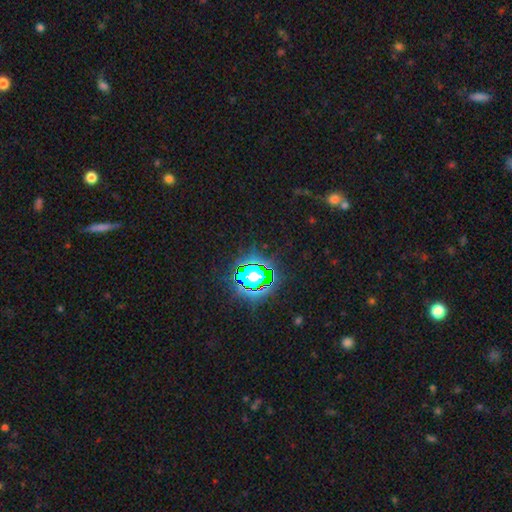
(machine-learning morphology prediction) This is likely a star or artifact rather than a galaxy (80%).